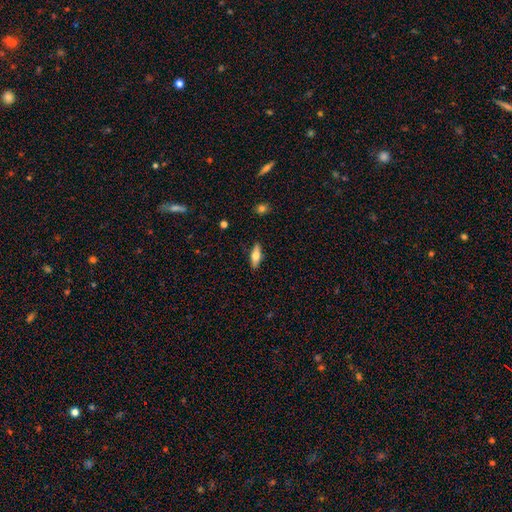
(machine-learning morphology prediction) A smooth galaxy with no disk features (61%) that is in between round and cigar-shaped (63%). Merging: none (87%).